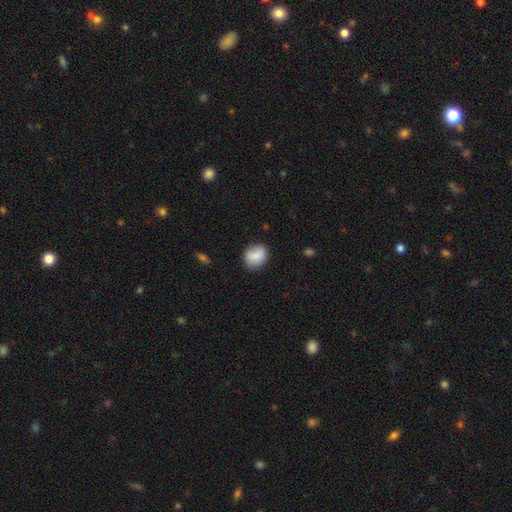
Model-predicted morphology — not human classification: The model was most divided on "how rounded": round: 62%, in between: 37%, cigar-shaped: 1%. More confident: smooth or featured — smooth (85%); merging — none (82%).